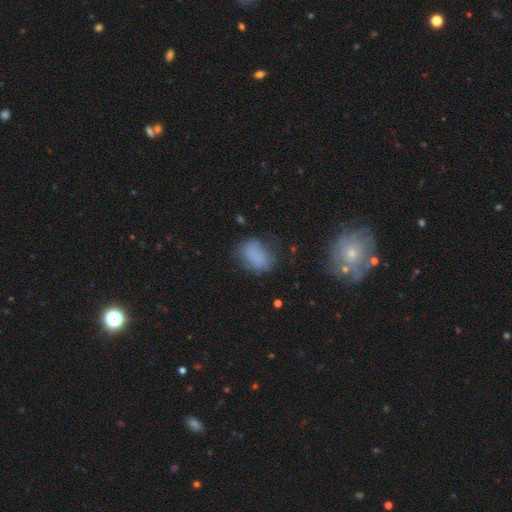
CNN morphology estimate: smooth 78%, featured or disk 11%, star or artifact 11%. Down the decision tree: how rounded — in between (80%); merging — none (55%).